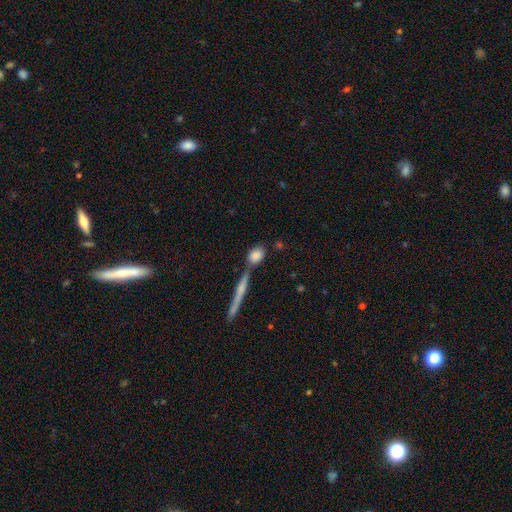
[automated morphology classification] A smooth galaxy with no disk features (80%) that is in between round and cigar-shaped (50%). Merging: none (56%).